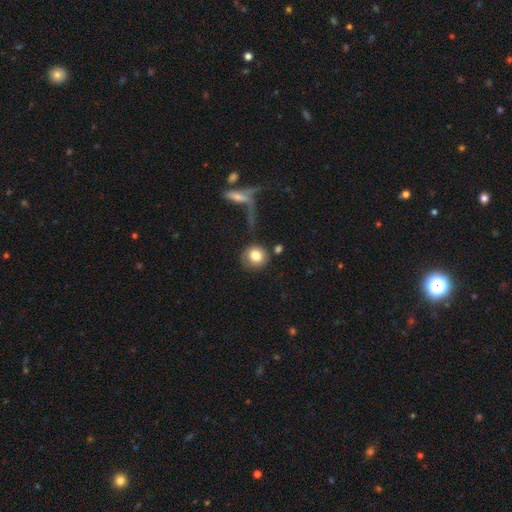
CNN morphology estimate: smooth 81%, featured or disk 11%, star or artifact 8%. Down the decision tree: how rounded — round (90%); merging — none (70%).